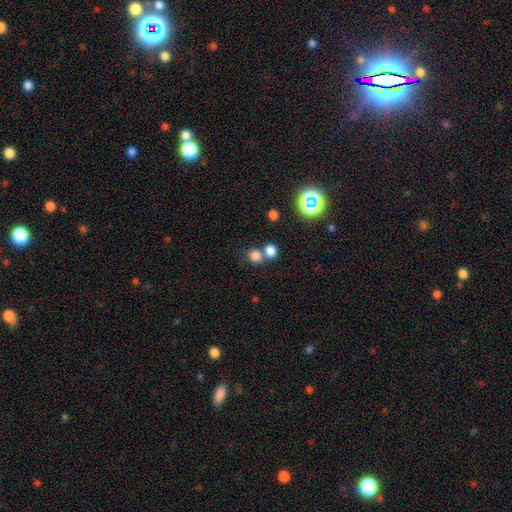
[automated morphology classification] Smooth or featured? Predicted: smooth (p=0.79). How rounded? Predicted: round (p=0.82). Merging? Predicted: none (p=0.51).